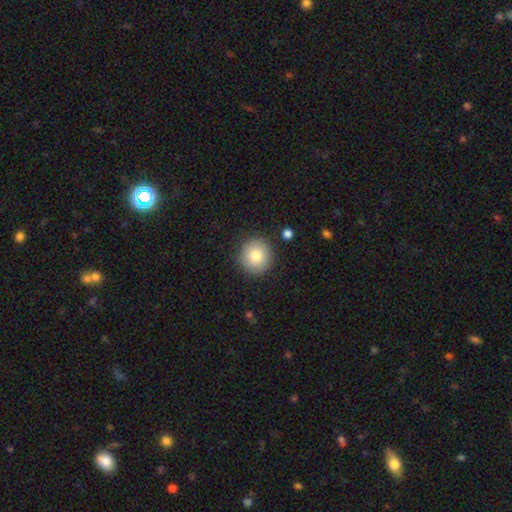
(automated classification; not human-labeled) Smooth or featured? smooth (80%)
How rounded? round (92%)
Merging? none (89%)